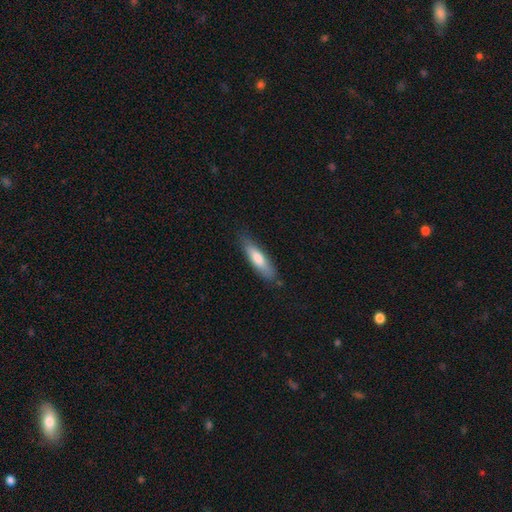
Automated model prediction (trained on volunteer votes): A smooth galaxy with no disk features (72%) that is cigar-shaped (69%).

Vote fractions:
- Smooth or featured? smooth: 72% / featured or disk: 23% / star or artifact: 6%
- How rounded? cigar-shaped: 69% / in between: 30% / round: 1%
- Merging? none: 78% / minor disturbance: 17% / major disturbance: 3% / merger: 2%